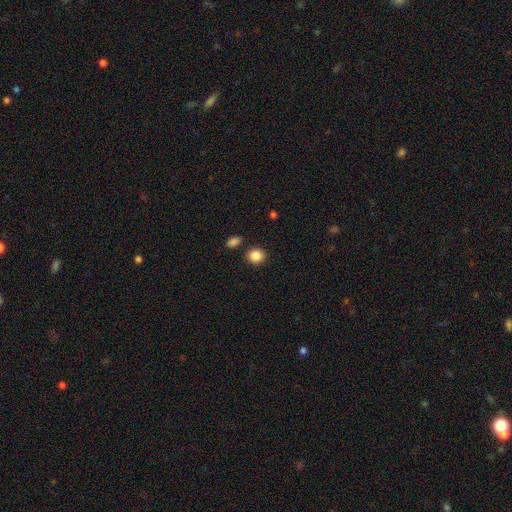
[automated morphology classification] Smooth or featured? smooth (87%)
How rounded? round (80%)
Merging? none (85%)